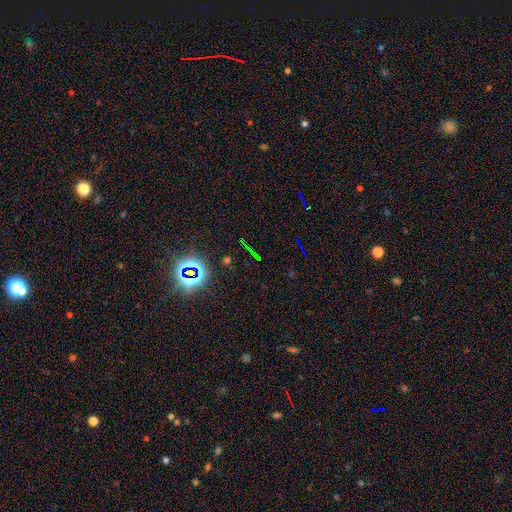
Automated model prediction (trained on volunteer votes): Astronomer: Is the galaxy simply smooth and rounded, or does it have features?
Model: star or artifact — 71%.